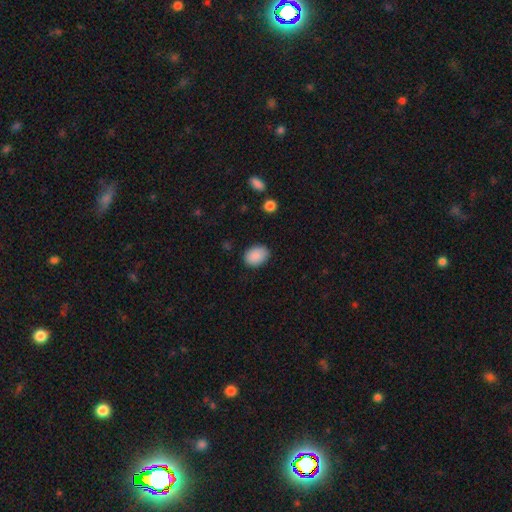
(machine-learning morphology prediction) smooth_or_featured: smooth (p=0.89) [alt: star or artifact p=0.07]
how_rounded: in between (p=0.73) [alt: round p=0.26]
merging: none (p=0.85) [alt: minor disturbance p=0.11]